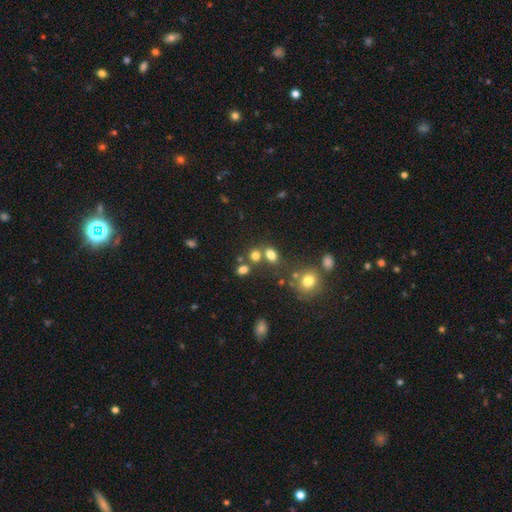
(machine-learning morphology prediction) The model was most divided on "how rounded": round: 50%, in between: 48%, cigar-shaped: 2%. More confident: smooth or featured — smooth (74%); merging — none (54%).